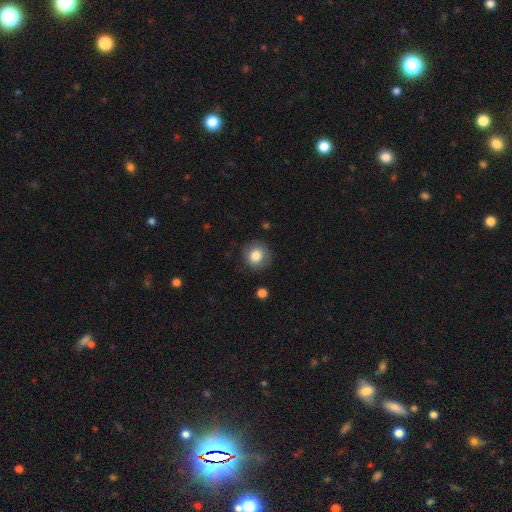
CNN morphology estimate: Overall: smooth (81%). How rounded: round (87%). Merging: none (84%).